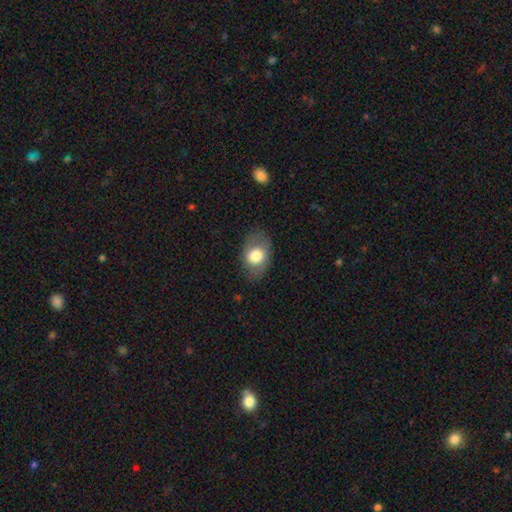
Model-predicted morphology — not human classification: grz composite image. It shows a smooth galaxy with no disk features (71%) that is in between round and cigar-shaped (79%). Merging: none (77%).